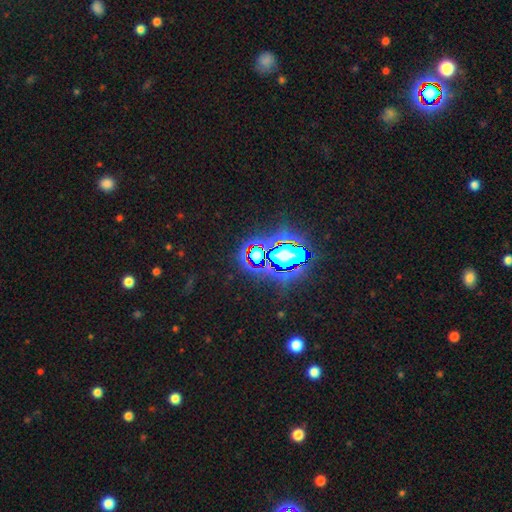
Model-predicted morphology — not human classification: This is clearly a star or artifact rather than a galaxy (82%).